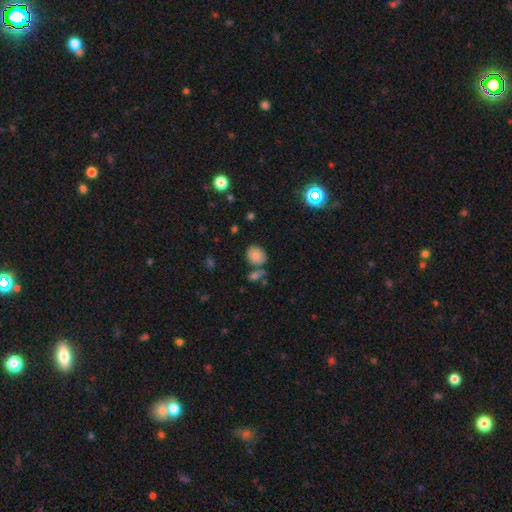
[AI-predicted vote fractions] Overall: smooth (83%). How rounded: round (54%; in between 45%). Merging: none (67%).